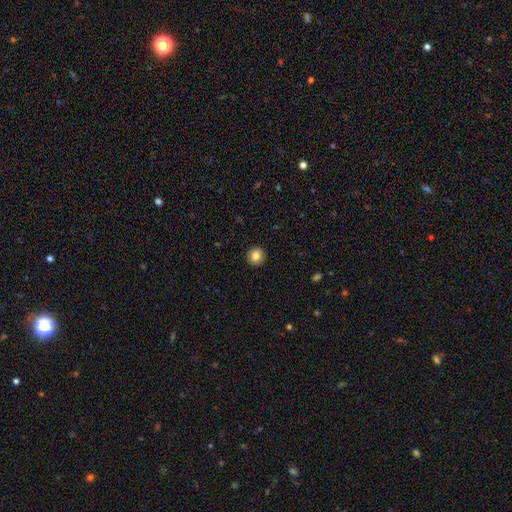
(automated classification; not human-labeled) Smooth or featured?
  - smooth: 84% *
  - star or artifact: 9%
  - featured or disk: 7%
How rounded?
  - round: 92% *
  - in between: 7%
  - cigar-shaped: 1%
Merging?
  - none: 92% *
  - minor disturbance: 5%
  - major disturbance: 2%
  - merger: 1%